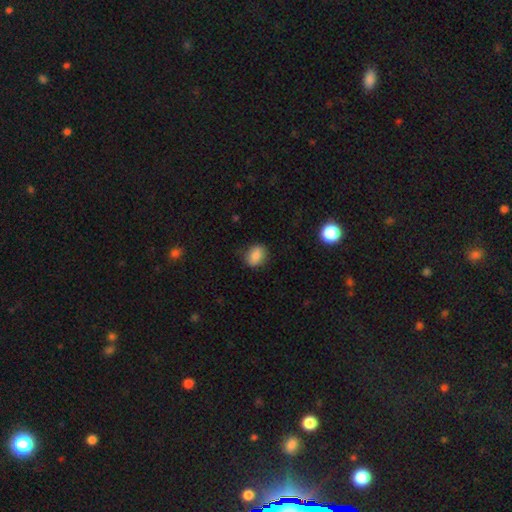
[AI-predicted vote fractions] Smooth or featured: smooth — 85% (star or artifact — 9%)
How rounded: in between — 58% (round — 40%)
Merging: none — 79% (minor disturbance — 16%)